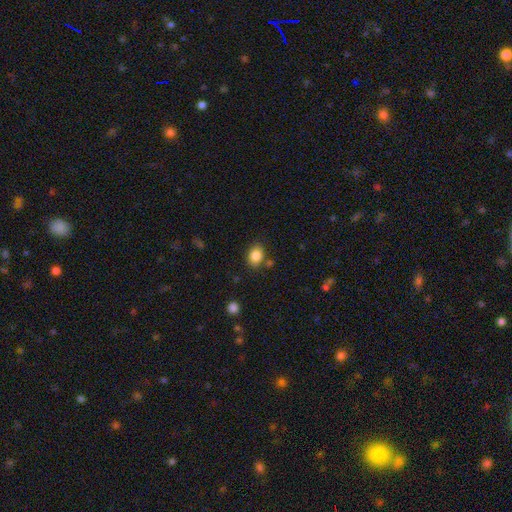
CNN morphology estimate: A smooth galaxy with no disk features (85%) that is in between round and cigar-shaped (64%). Merging: none (78%).